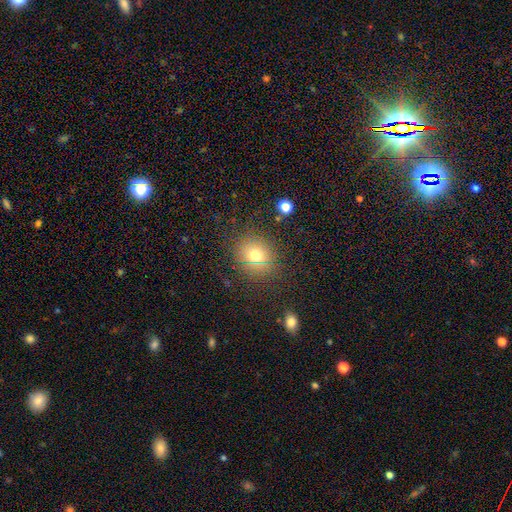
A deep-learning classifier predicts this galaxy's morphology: Smooth or featured: smooth — 70% (star or artifact — 19%)
How rounded: round — 77% (in between — 22%)
Merging: none — 84% (minor disturbance — 10%)